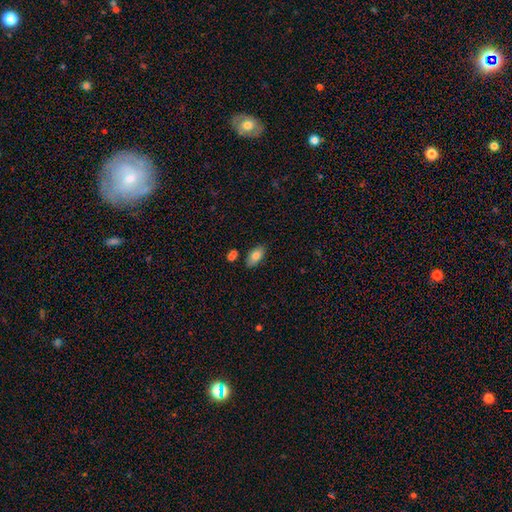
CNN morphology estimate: type=smooth (82%); roundness=in between (92%); merging=none (80%).